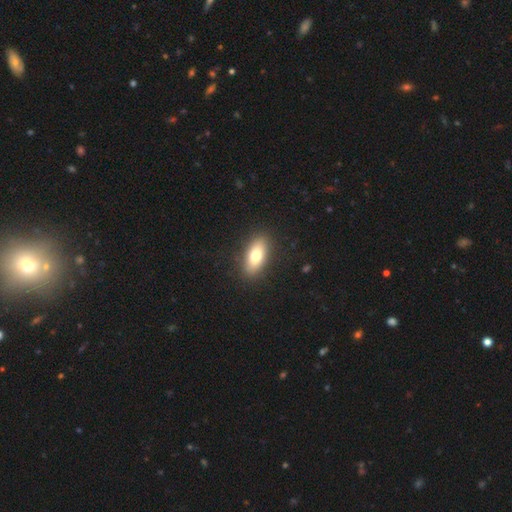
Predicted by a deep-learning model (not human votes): Smooth or featured?
  - smooth: 74% *
  - featured or disk: 19%
  - star or artifact: 7%
How rounded?
  - in between: 84% *
  - cigar-shaped: 12%
  - round: 4%
Merging?
  - none: 88% *
  - minor disturbance: 8%
  - major disturbance: 3%
  - merger: 1%